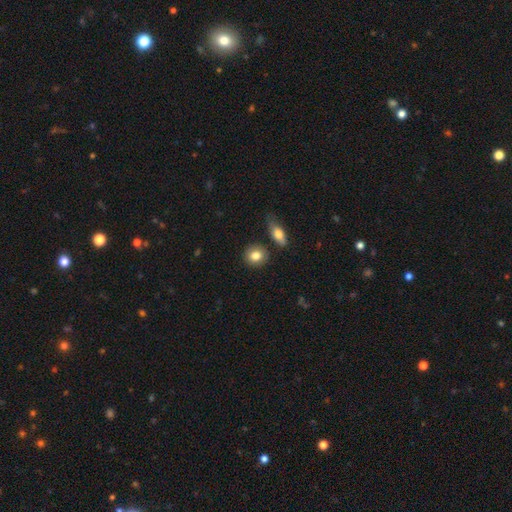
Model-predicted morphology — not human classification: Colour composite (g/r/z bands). It shows a smooth galaxy with no disk features (82%) that is round (76%). Merging: none (82%).